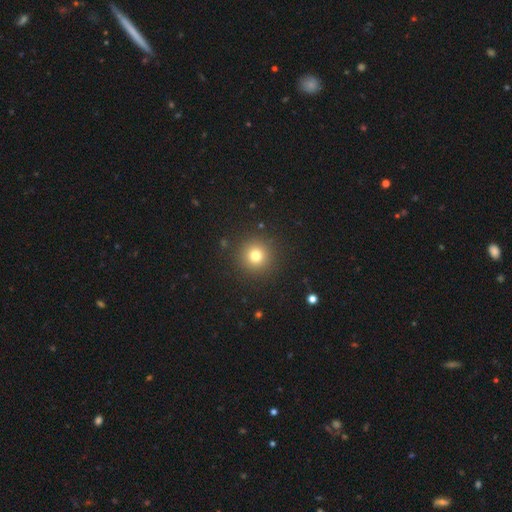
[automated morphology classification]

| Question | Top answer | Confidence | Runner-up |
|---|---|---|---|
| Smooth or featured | smooth | 76% | star or artifact (16%) |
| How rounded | round | 96% | in between (4%) |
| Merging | none | 91% | minor disturbance (5%) |